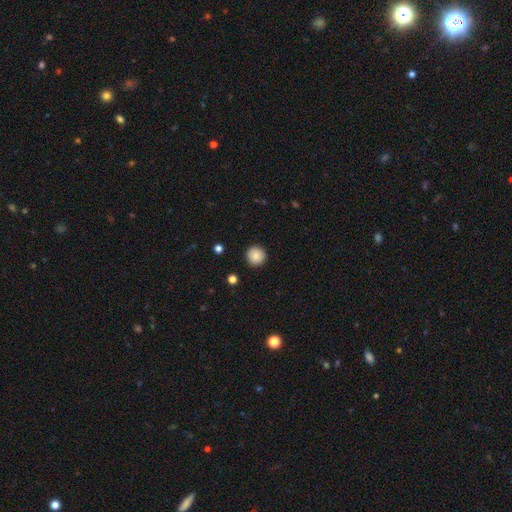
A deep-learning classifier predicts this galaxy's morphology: Q: Smooth or featured?
A: smooth (85%); runner-up: star or artifact (9%)
Q: How rounded?
A: round (96%); runner-up: in between (3%)
Q: Merging?
A: none (91%); runner-up: minor disturbance (6%)